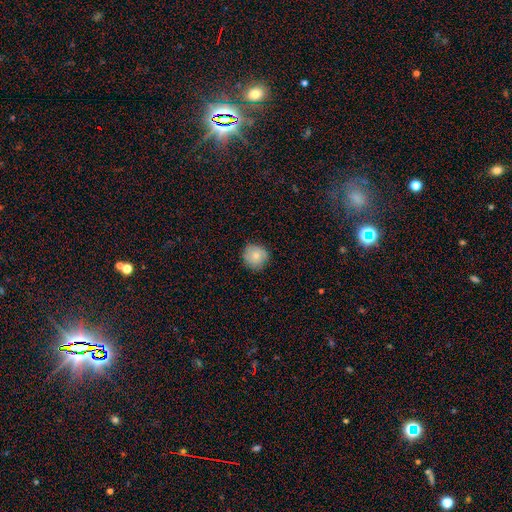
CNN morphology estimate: smooth-or-featured: smooth: 79% | featured or disk: 13% | star or artifact: 8%
  how-rounded: round: 93% | in between: 6% | cigar-shaped: 1%
  merging: none: 84% | minor disturbance: 13% | major disturbance: 2% | merger: 1%